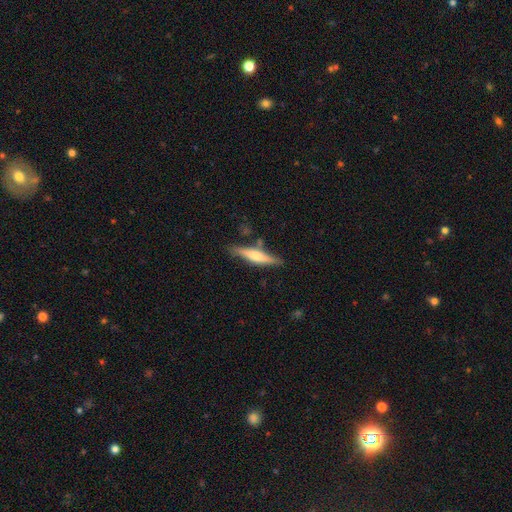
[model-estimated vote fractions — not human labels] A featured or disk galaxy (48%). Merging: none (78%).